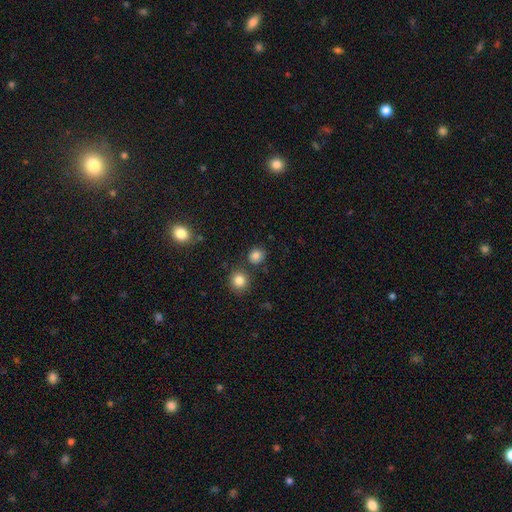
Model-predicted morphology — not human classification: Smooth or featured?
  - smooth: 83% *
  - star or artifact: 12%
  - featured or disk: 5%
How rounded?
  - round: 85% *
  - in between: 14%
  - cigar-shaped: 1%
Merging?
  - none: 80% *
  - minor disturbance: 9%
  - merger: 8%
  - major disturbance: 3%